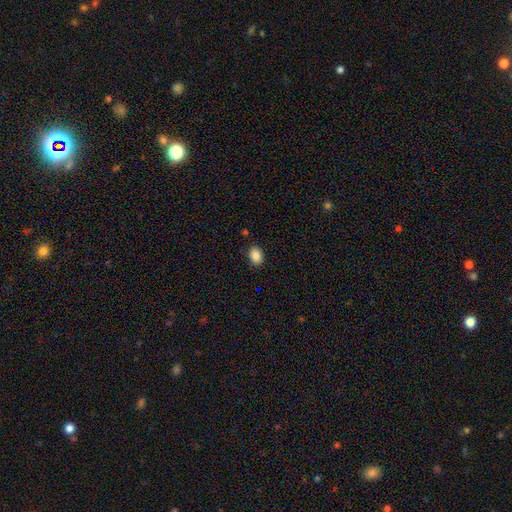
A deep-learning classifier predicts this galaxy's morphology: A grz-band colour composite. It shows a smooth galaxy with no disk features (87%) that is in between round and cigar-shaped (73%). Merging: none (87%).